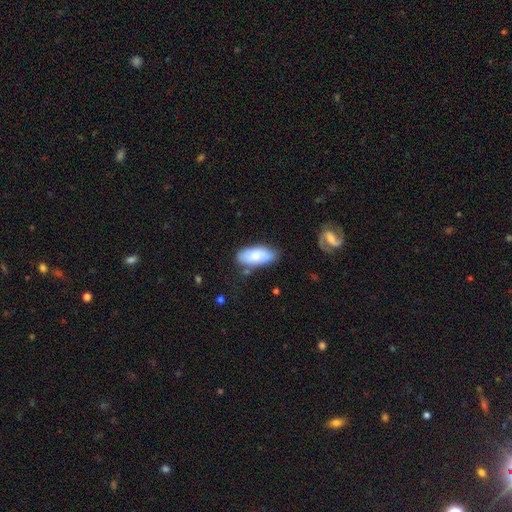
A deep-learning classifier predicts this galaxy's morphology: The model was most divided on "merging": none: 71%, minor disturbance: 21%, major disturbance: 4%, merger: 4%. More confident: how rounded — in between (88%); smooth or featured — smooth (72%).